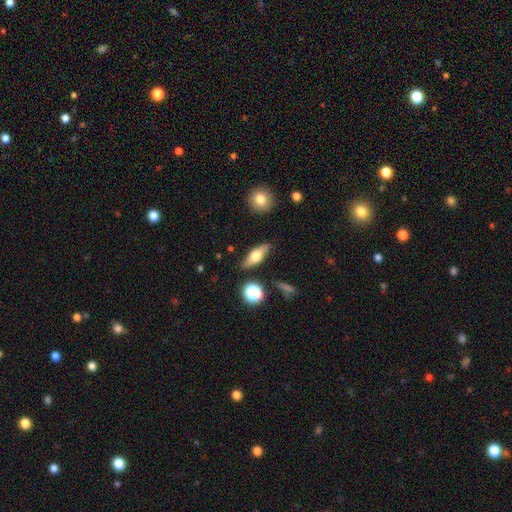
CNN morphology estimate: The model was most divided on "smooth or featured": smooth: 52%, featured or disk: 40%, star or artifact: 8%. More confident: merging — none (83%); how rounded — in between (61%).